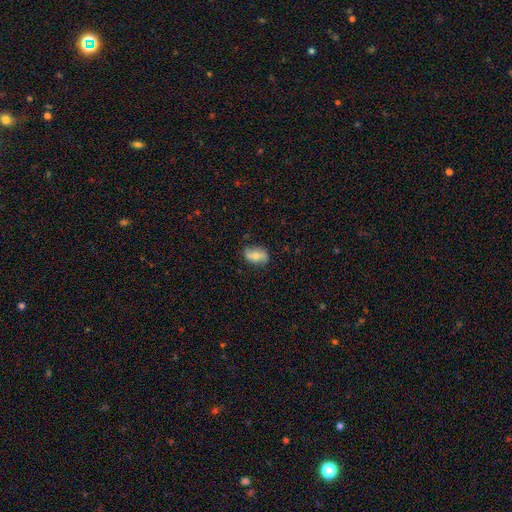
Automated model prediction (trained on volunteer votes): smooth-or-featured: smooth: 58% | featured or disk: 34% | star or artifact: 8%
  how-rounded: in between: 84% | round: 13% | cigar-shaped: 3%
  merging: none: 75% | minor disturbance: 19% | major disturbance: 4% | merger: 1%